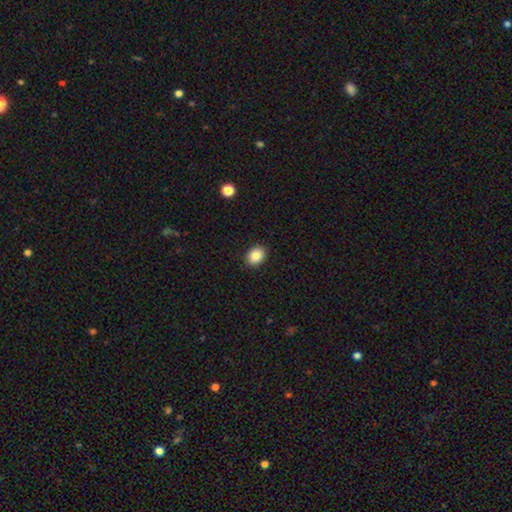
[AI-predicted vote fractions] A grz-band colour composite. It shows a smooth galaxy with no disk features (87%) that is in between round and cigar-shaped (57%). Merging: none (90%).